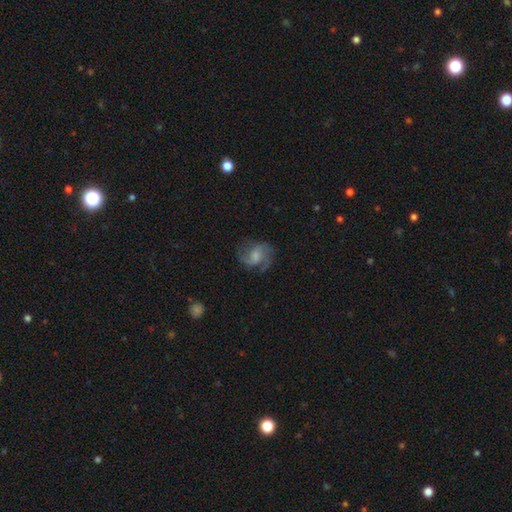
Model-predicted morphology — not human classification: A featured or disk galaxy (69%) with no bar (56%), 3 (39%) medium (50%) spiral arms (92%) and a small central bulge (35%). Merging: none (64%).